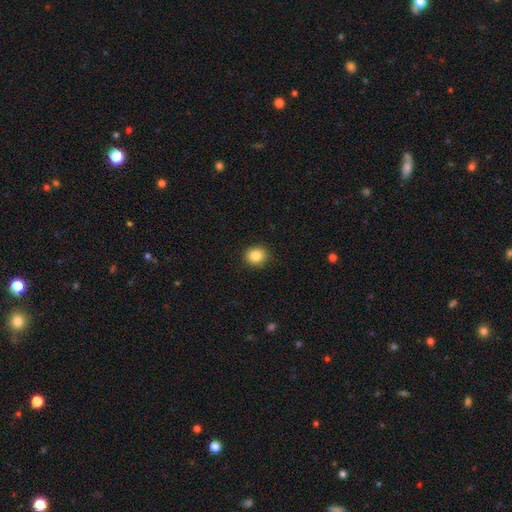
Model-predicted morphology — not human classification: This appears to be a smooth galaxy with no disk features (84%) that is round (83%). Merging: none (90%).